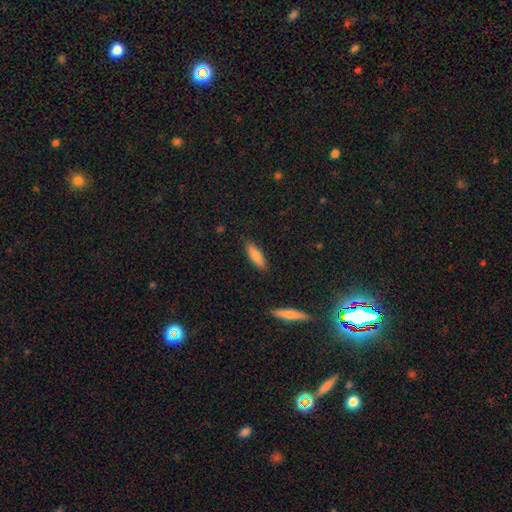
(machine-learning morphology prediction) smooth_or_featured: smooth (p=0.83) [alt: featured or disk p=0.11]
how_rounded: in between (p=0.54) [alt: cigar-shaped p=0.44]
merging: none (p=0.87) [alt: minor disturbance p=0.10]